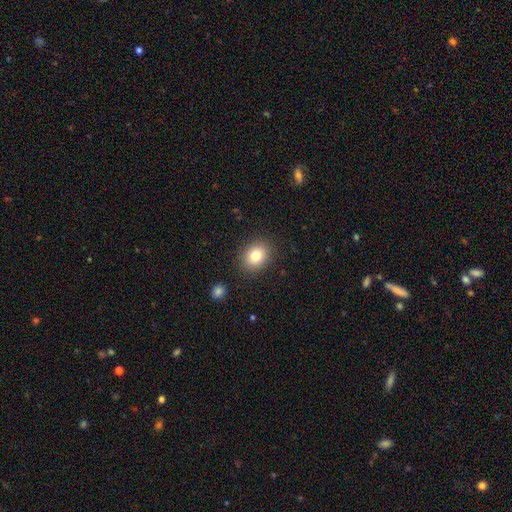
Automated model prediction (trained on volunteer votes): Smooth or featured? smooth (81%)
How rounded? round (52%)
Merging? none (87%)